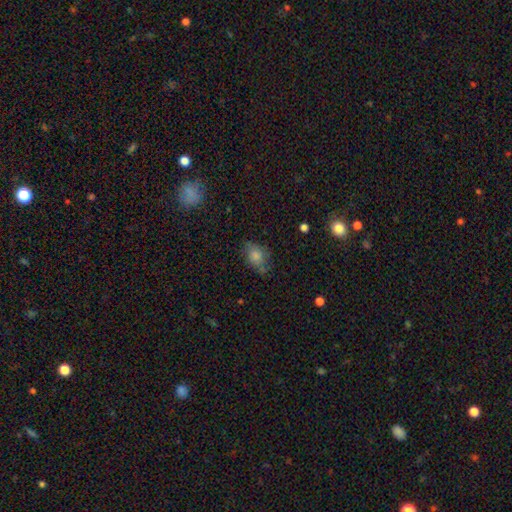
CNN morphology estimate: Smooth or featured?
  - smooth: 63% *
  - featured or disk: 19%
  - star or artifact: 18%
How rounded?
  - in between: 57% *
  - round: 41%
  - cigar-shaped: 2%
Merging?
  - none: 68% *
  - minor disturbance: 22%
  - major disturbance: 8%
  - merger: 2%